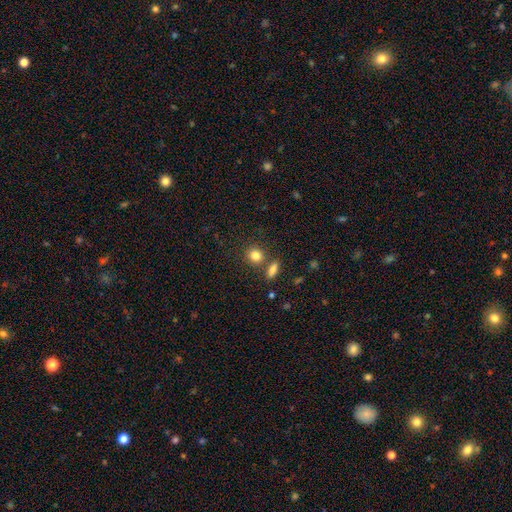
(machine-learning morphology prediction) This appears to be a smooth galaxy with no disk features (84%) that is round (74%). Merging: none (71%).